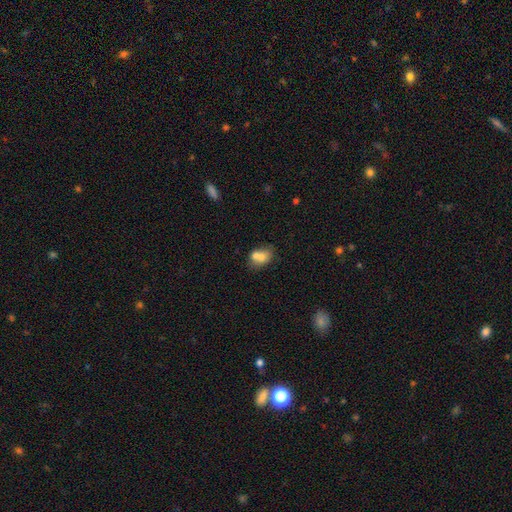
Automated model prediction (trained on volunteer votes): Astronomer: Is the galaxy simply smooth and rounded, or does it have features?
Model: smooth — 71%.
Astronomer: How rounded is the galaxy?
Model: in between — 69%.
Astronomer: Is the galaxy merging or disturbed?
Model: merger — 46% (runner-up: none, 36%).